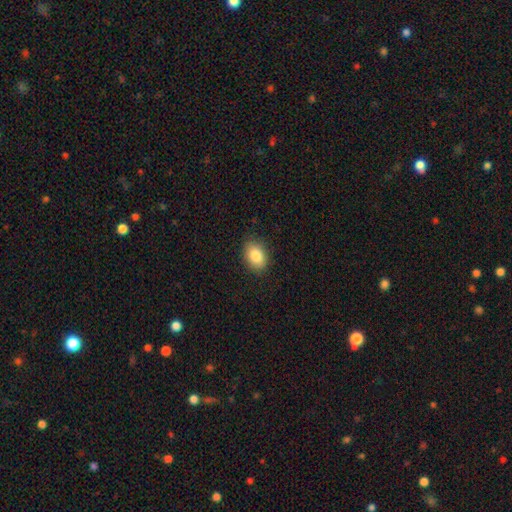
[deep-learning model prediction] This is clearly a smooth galaxy (85%). How rounded: likely in between (79%). Merging: clearly none (86%).